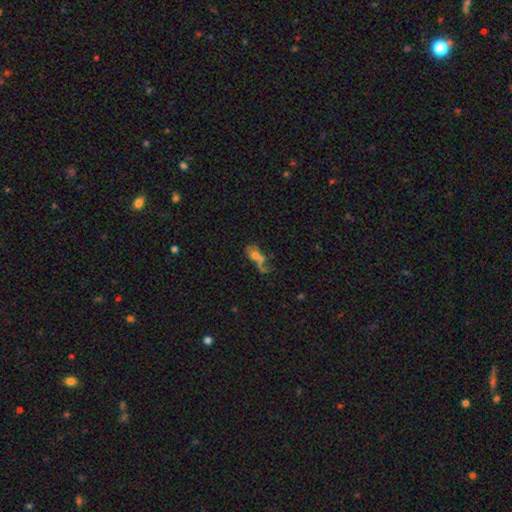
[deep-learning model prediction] Smooth or featured? Predicted: smooth (p=0.49). Merging? Predicted: merger (p=0.40).